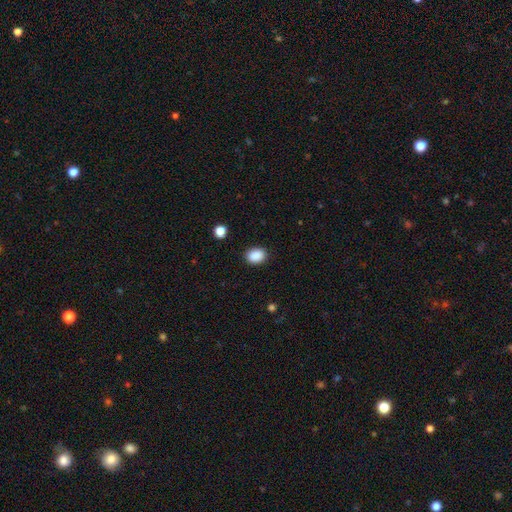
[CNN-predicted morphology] type=smooth (88%); roundness=in between (63%); merging=none (87%).